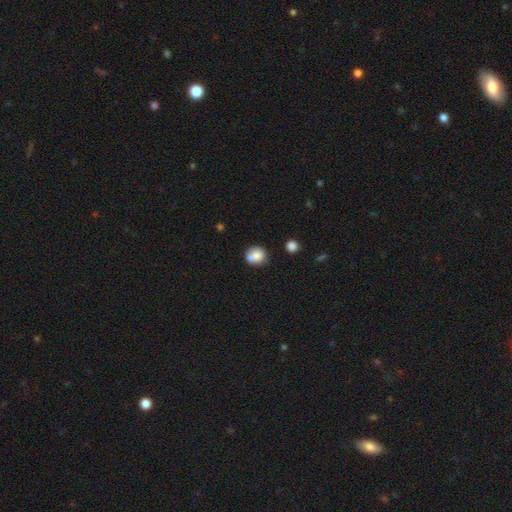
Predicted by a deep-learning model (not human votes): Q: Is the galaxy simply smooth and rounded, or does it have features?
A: smooth — 79%.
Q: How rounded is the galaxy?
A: round — 76%.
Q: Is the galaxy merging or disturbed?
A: none — 53%.